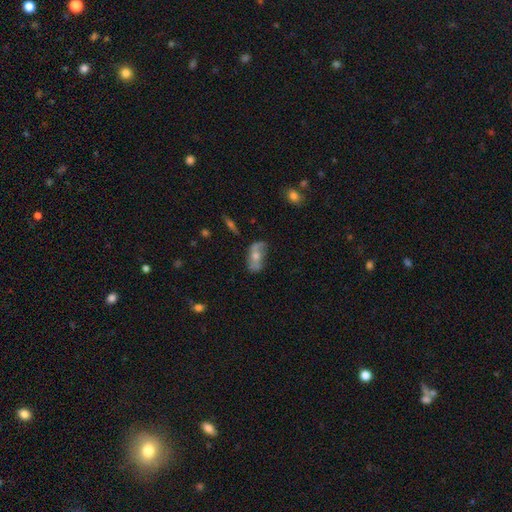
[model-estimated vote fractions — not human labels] Smooth or featured? featured or disk (53%)
Edge-on disk? no (84%)
Merging? none (56%)